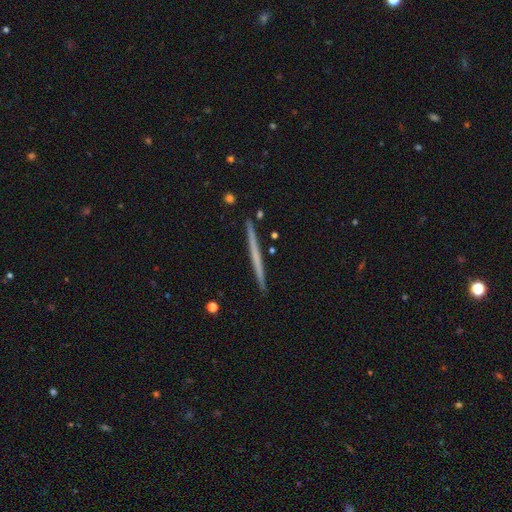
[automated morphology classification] A featured or disk galaxy (51%) viewed edge-on (98%). Merging: none (92%).